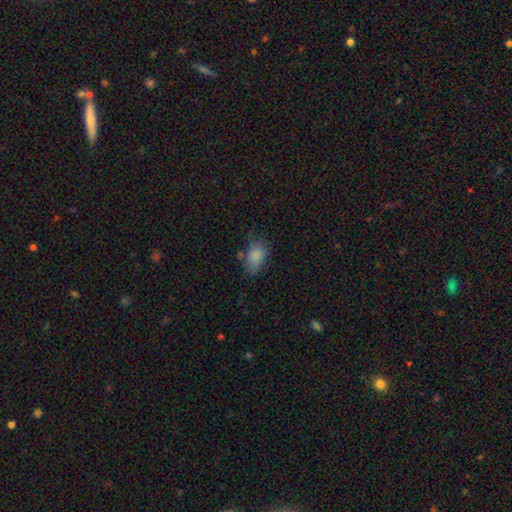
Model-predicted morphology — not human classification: This appears to be a smooth galaxy with no disk features (82%) that is in between round and cigar-shaped (83%). Merging: none (55%).